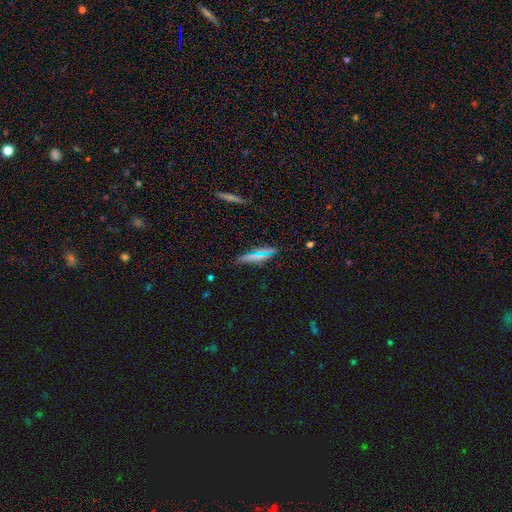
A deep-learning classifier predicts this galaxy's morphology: This is possibly a smooth galaxy (46%). Merging: likely none (80%).